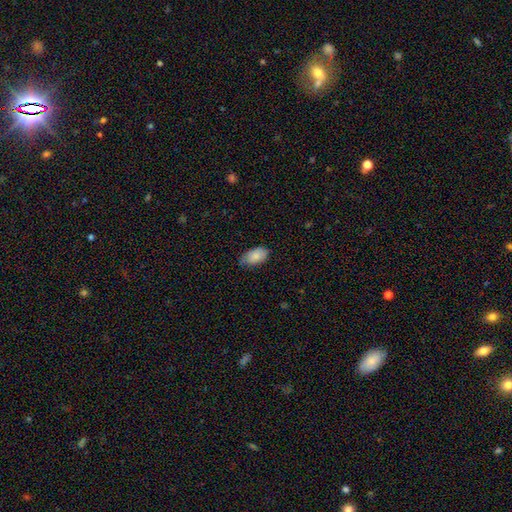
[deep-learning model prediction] A smooth galaxy with no disk features (85%) that is in between round and cigar-shaped (94%).

Vote fractions:
- Smooth or featured? smooth: 85% / featured or disk: 9% / star or artifact: 6%
- How rounded? in between: 94% / round: 4% / cigar-shaped: 2%
- Merging? none: 68% / minor disturbance: 27% / major disturbance: 4% / merger: 1%